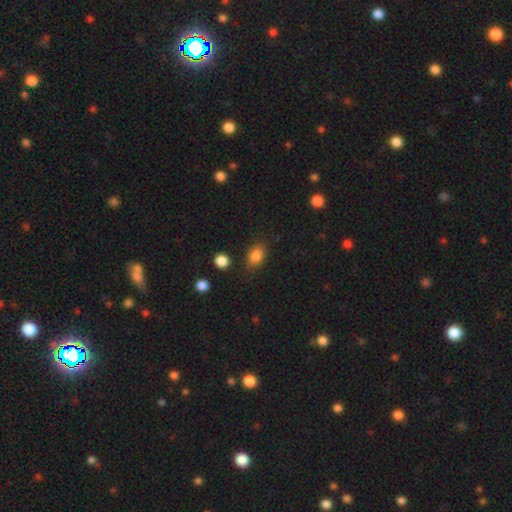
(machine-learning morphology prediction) Smooth or featured? Predicted: smooth (p=0.83). How rounded? Predicted: in between (p=0.74). Merging? Predicted: none (p=0.79).